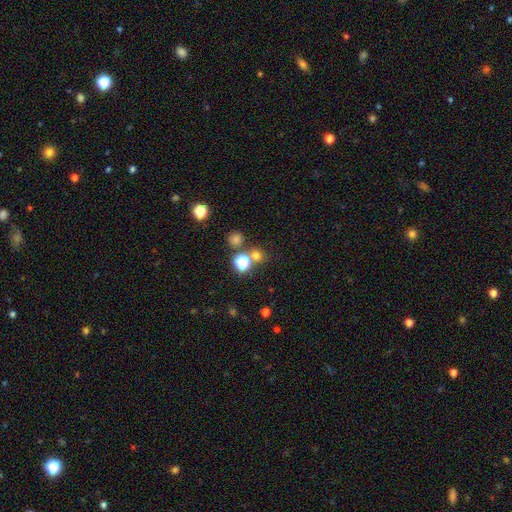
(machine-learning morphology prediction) Smooth or featured: smooth — 67% (star or artifact — 26%)
How rounded: round — 86% (in between — 13%)
Merging: none — 66% (merger — 23%)